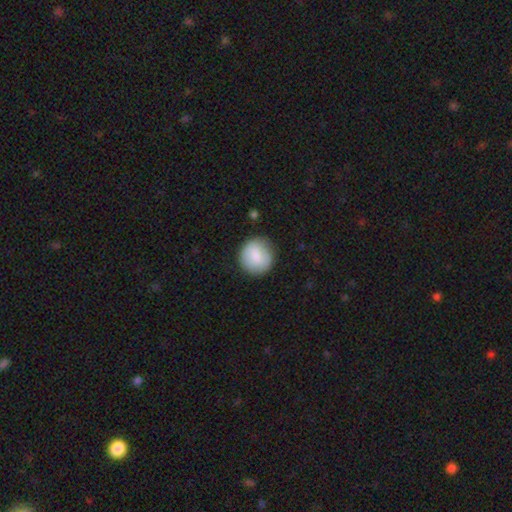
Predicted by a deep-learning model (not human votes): This appears to be a smooth galaxy with no disk features (79%) that is round (91%). Merging: none (83%).